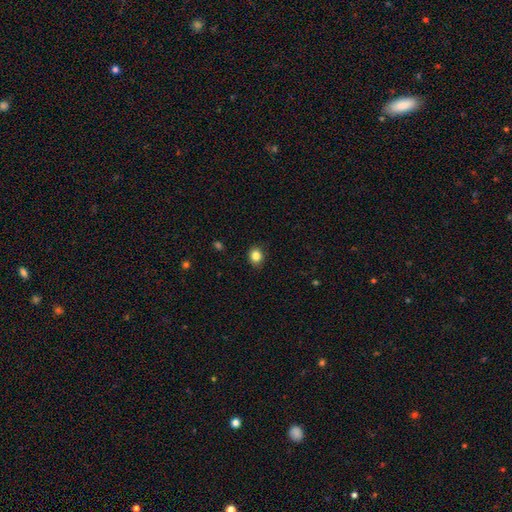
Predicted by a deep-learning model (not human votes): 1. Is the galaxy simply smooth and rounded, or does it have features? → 84% smooth, 11% star or artifact, 6% featured or disk.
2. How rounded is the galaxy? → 64% round, 36% in between, 1% cigar-shaped.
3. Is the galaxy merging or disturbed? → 88% none, 9% minor disturbance, 2% major disturbance, 1% merger.